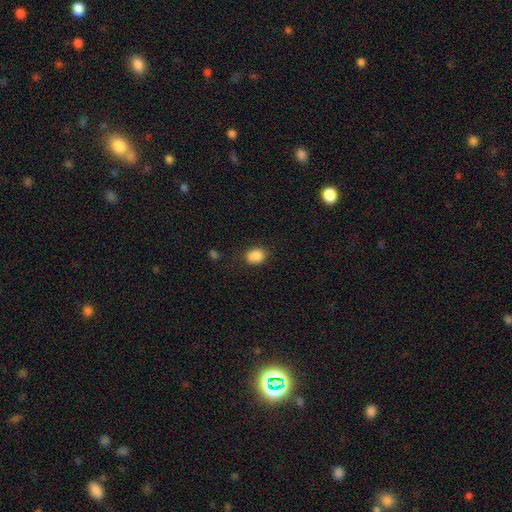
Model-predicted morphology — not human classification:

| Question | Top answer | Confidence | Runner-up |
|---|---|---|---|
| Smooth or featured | smooth | 88% | star or artifact (9%) |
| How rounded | in between | 64% | round (35%) |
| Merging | none | 80% | minor disturbance (14%) |